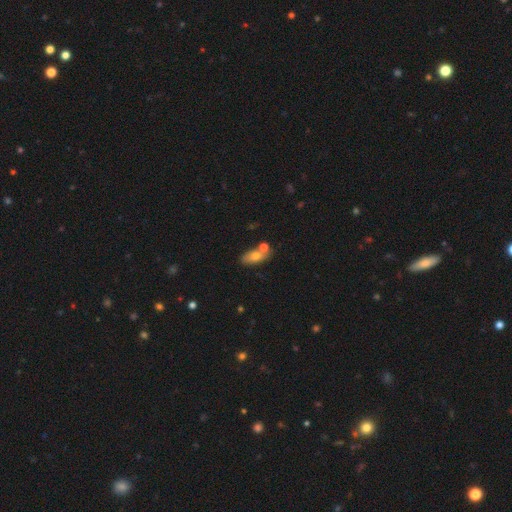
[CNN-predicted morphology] type=smooth (69%); roundness=in between (82%); merging=none (60%).